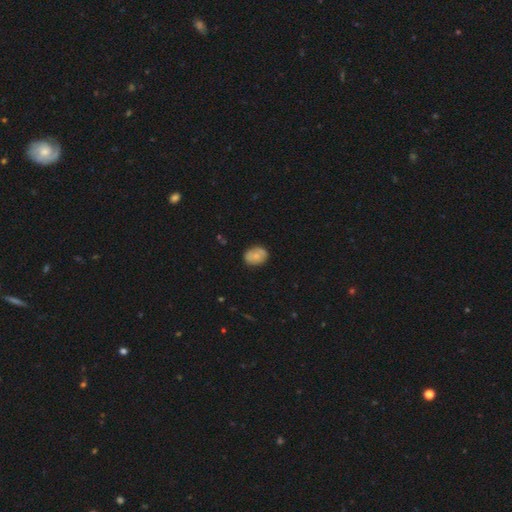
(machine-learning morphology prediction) A smooth galaxy with no disk features (68%) that is in between round and cigar-shaped (65%). Merging: none (70%).